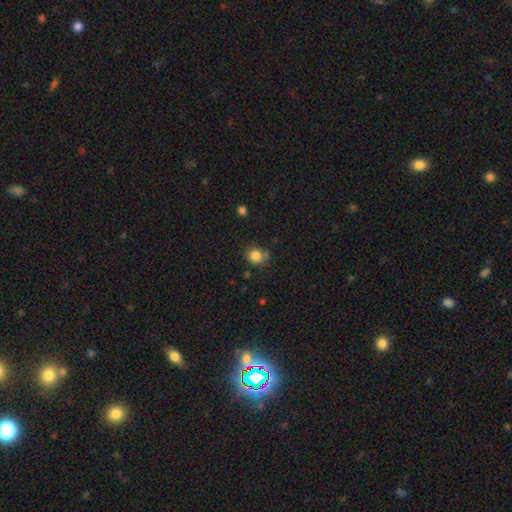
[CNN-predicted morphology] smooth 84%, star or artifact 11%, featured or disk 5%. Down the decision tree: how rounded — round (81%); merging — none (72%).